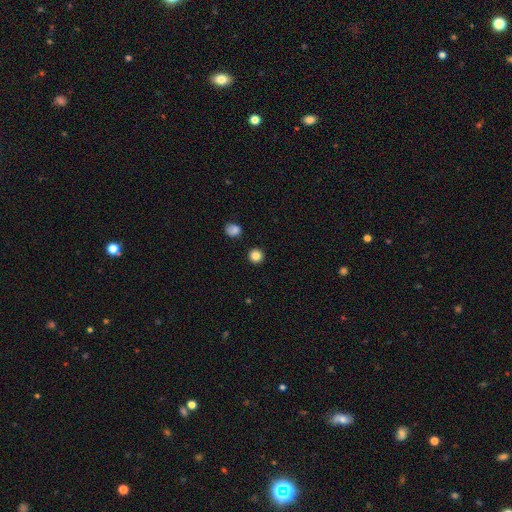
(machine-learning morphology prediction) Smooth or featured: smooth — 84% (star or artifact — 11%)
How rounded: round — 95% (in between — 4%)
Merging: none — 92% (minor disturbance — 5%)